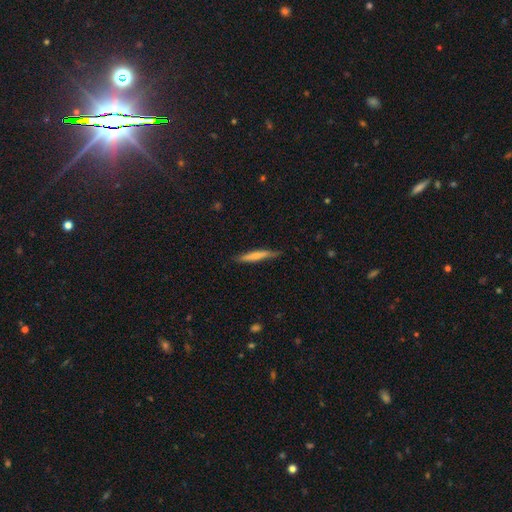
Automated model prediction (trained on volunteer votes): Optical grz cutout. It shows a smooth galaxy with no disk features (63%) that is cigar-shaped (93%). Merging: none (80%).